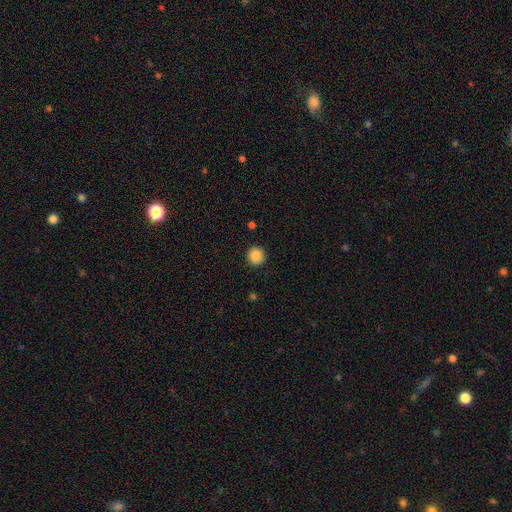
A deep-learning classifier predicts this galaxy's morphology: Q: Smooth or featured?
A: smooth (88%); runner-up: star or artifact (9%)
Q: How rounded?
A: round (93%); runner-up: in between (6%)
Q: Merging?
A: none (92%); runner-up: minor disturbance (5%)